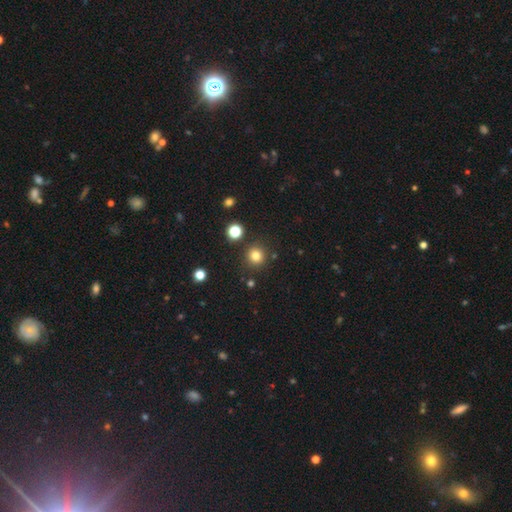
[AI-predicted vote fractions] This appears to be a smooth galaxy with no disk features (81%) that is round (93%). Merging: none (87%).